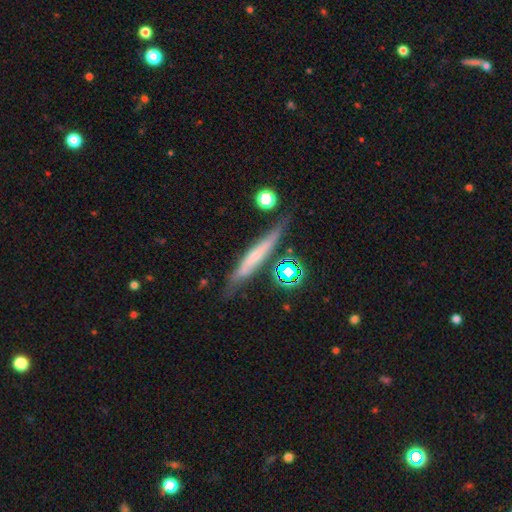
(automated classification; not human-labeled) The model was most divided on "smooth or featured": featured or disk: 48%, smooth: 42%, star or artifact: 10%. More confident: merging — none (72%).